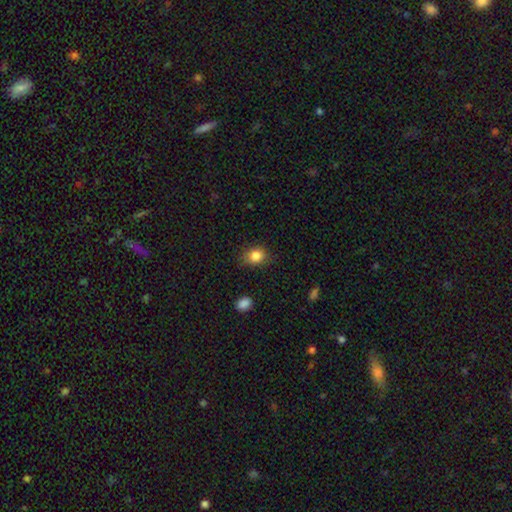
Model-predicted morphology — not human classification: Q: Smooth or featured?
A: smooth (84%); runner-up: star or artifact (10%)
Q: How rounded?
A: round (52%); runner-up: in between (47%)
Q: Merging?
A: none (77%); runner-up: minor disturbance (17%)